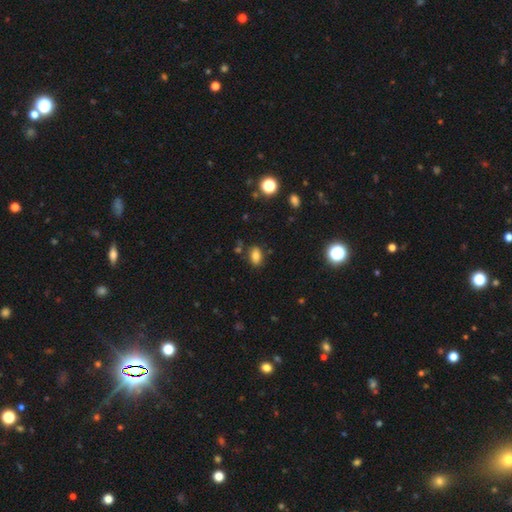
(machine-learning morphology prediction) smooth-or-featured: smooth: 80% | star or artifact: 13% | featured or disk: 7%
  how-rounded: in between: 84% | round: 15% | cigar-shaped: 2%
  merging: none: 82% | minor disturbance: 11% | merger: 4% | major disturbance: 3%